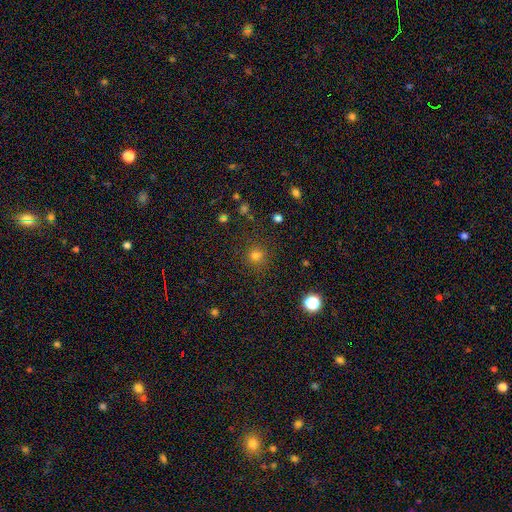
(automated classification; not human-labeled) This appears to be a smooth galaxy with no disk features (74%) that is round (89%). Merging: none (84%).